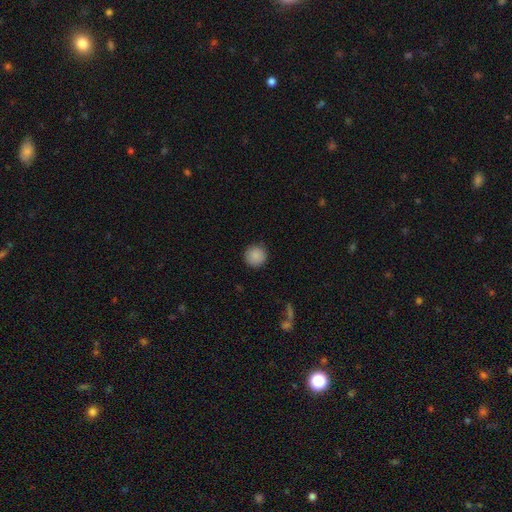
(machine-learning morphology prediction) Smooth or featured: smooth — 88% (star or artifact — 8%)
How rounded: round — 95% (in between — 4%)
Merging: none — 89% (minor disturbance — 8%)